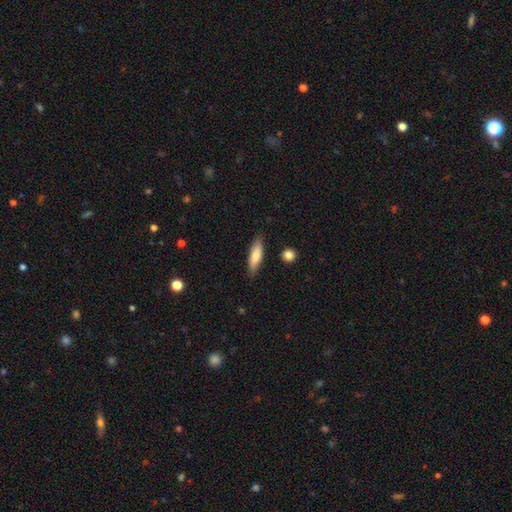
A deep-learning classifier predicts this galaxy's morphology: Smooth or featured?
  - smooth: 75% *
  - featured or disk: 19%
  - star or artifact: 6%
How rounded?
  - cigar-shaped: 56% *
  - in between: 42%
  - round: 2%
Merging?
  - none: 84% *
  - minor disturbance: 12%
  - major disturbance: 2%
  - merger: 2%